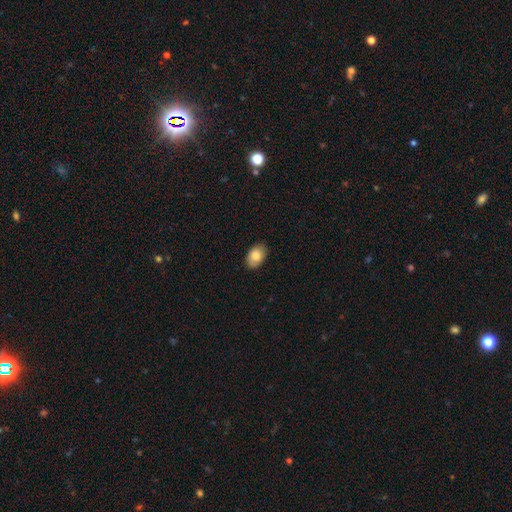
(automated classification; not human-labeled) Morphology: type=smooth (82%); roundness=in between (85%); merging=none (85%).